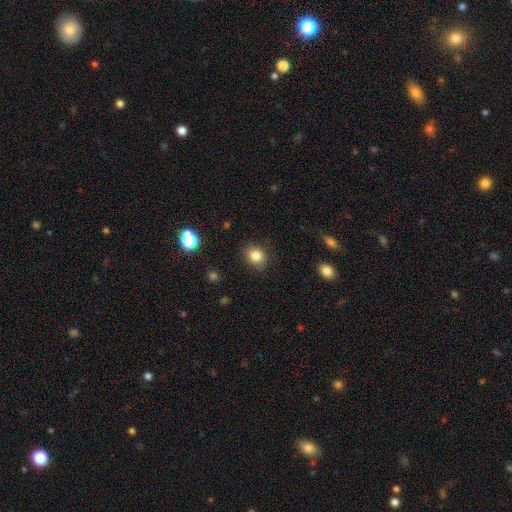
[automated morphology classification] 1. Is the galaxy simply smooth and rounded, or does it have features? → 82% smooth, 11% star or artifact, 6% featured or disk.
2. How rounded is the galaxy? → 71% round, 28% in between, 1% cigar-shaped.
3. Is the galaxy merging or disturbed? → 83% none, 12% minor disturbance, 3% major disturbance, 1% merger.